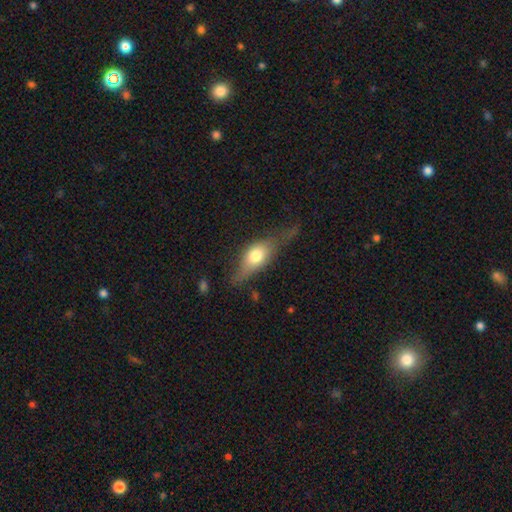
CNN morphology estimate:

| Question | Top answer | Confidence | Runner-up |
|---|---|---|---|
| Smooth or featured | smooth | 59% | featured or disk (33%) |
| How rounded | in between | 71% | cigar-shaped (20%) |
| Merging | none | 41% | minor disturbance (31%) |